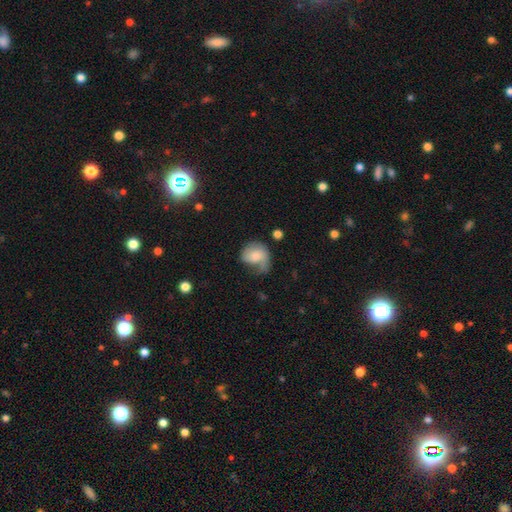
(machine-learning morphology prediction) The model was most divided on "merging": none: 35%, major disturbance: 32%, minor disturbance: 28%, merger: 4%. Remaining: smooth or featured — smooth (50%).